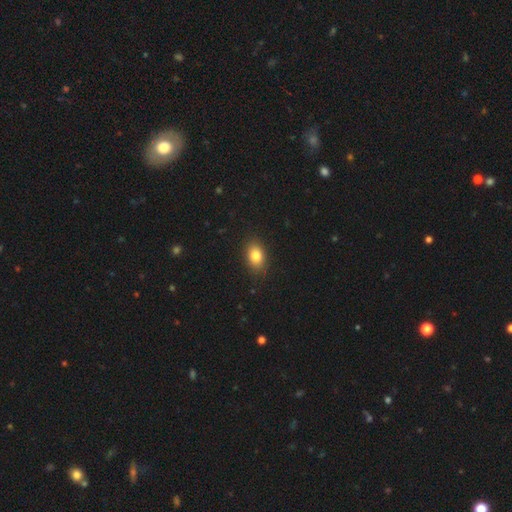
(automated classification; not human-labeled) Smooth or featured: smooth — 83% (star or artifact — 9%)
How rounded: in between — 80% (round — 18%)
Merging: none — 87% (minor disturbance — 10%)